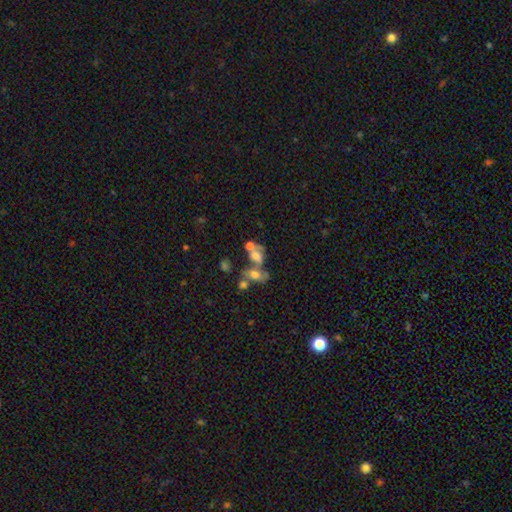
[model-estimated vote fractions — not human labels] smooth-or-featured: smooth: 51% | featured or disk: 33% | star or artifact: 16%
  how-rounded: in between: 69% | round: 27% | cigar-shaped: 3%
  merging: merger: 57% | none: 20% | major disturbance: 14% | minor disturbance: 10%